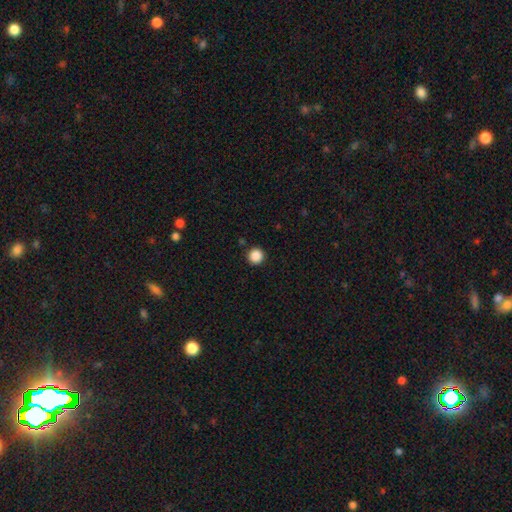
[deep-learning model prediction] Smooth or featured? Predicted: smooth (p=0.88). How rounded? Predicted: round (p=0.96). Merging? Predicted: none (p=0.92).